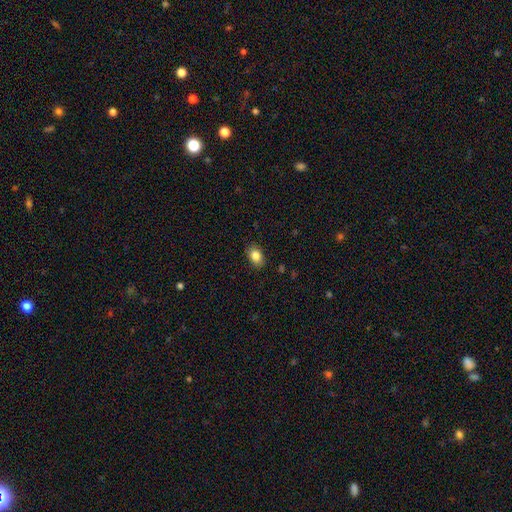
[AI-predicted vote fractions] smooth 85%, star or artifact 9%, featured or disk 7%. Down the decision tree: how rounded — in between (78%); merging — none (87%).